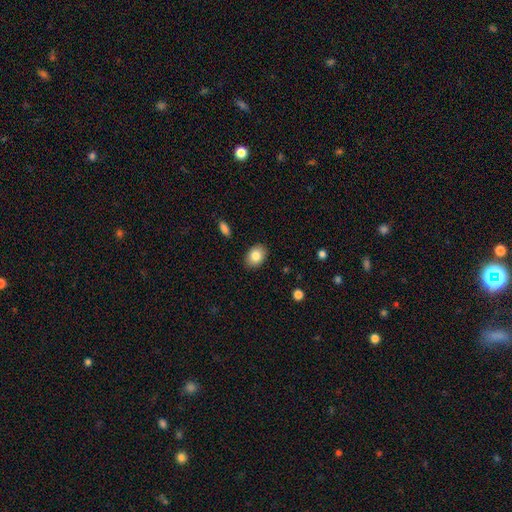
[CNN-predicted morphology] type=smooth (84%); roundness=in between (72%); merging=none (89%).